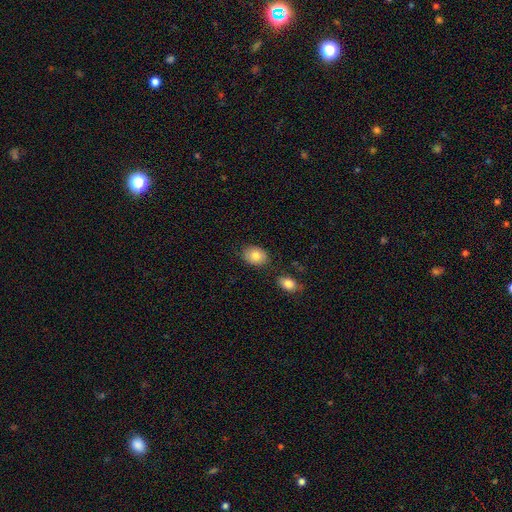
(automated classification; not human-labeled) Smooth or featured? smooth (81%)
How rounded? in between (70%)
Merging? none (78%)